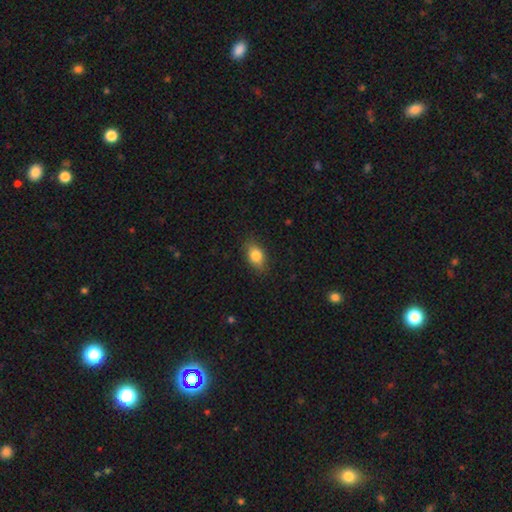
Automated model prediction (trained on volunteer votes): A smooth galaxy with no disk features (82%) that is in between round and cigar-shaped (80%). Merging: none (83%).